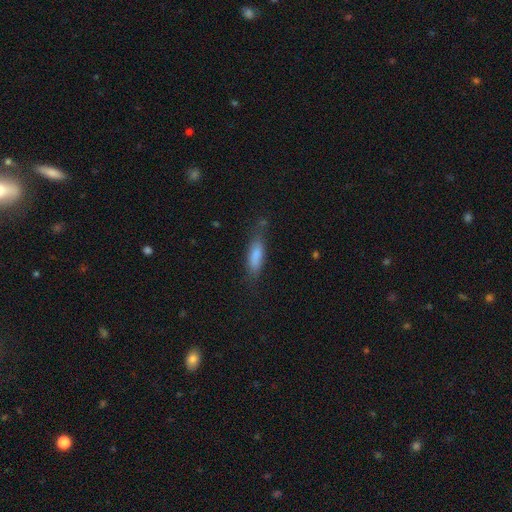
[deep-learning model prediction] This appears to be a smooth galaxy with no disk features (81%) that is in between round and cigar-shaped (58%). Merging: none (66%).